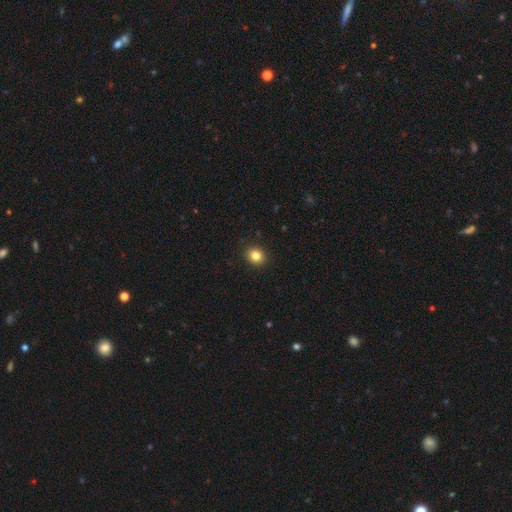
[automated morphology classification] This appears to be a smooth galaxy with no disk features (84%) that is round (74%). Merging: none (92%).